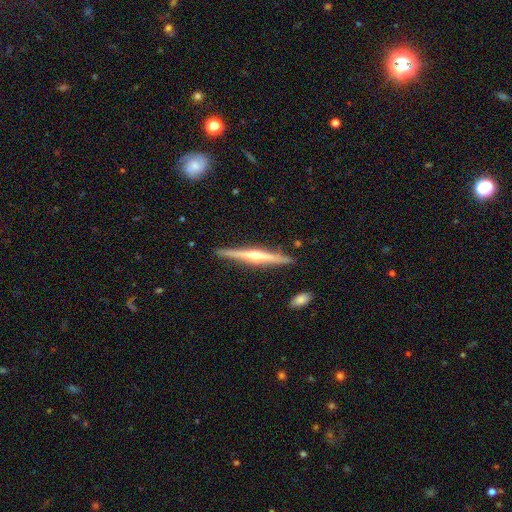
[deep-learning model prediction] The model was most divided on "smooth or featured": featured or disk: 79%, smooth: 16%, star or artifact: 5%. More confident: edge-on disk — yes (98%); merging — none (90%); edge-on bulge — rounded (88%).